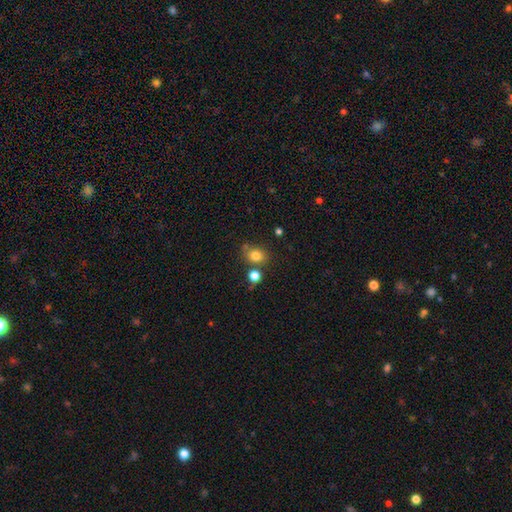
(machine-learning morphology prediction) Q: Smooth or featured?
A: smooth (79%); runner-up: star or artifact (13%)
Q: How rounded?
A: round (60%); runner-up: in between (39%)
Q: Merging?
A: none (70%); runner-up: merger (14%)